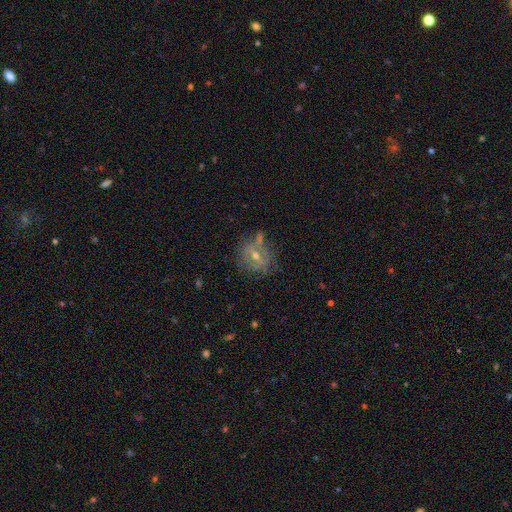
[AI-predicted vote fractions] Overall: featured or disk (52%; smooth 28%). Edge-on disk: no (93%). Merging: none (64%).